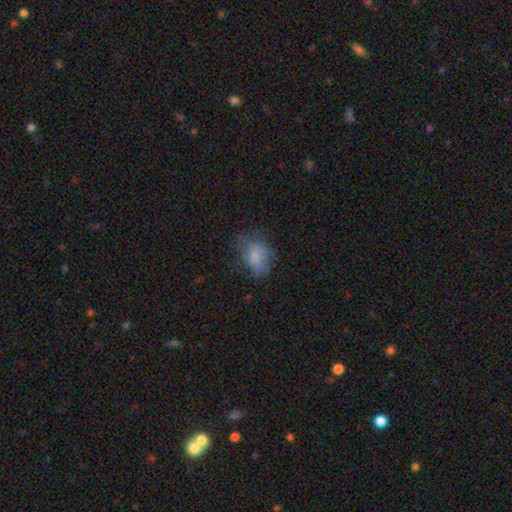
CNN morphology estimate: Smooth or featured?
  - smooth: 76% *
  - featured or disk: 14%
  - star or artifact: 10%
How rounded?
  - in between: 75% *
  - round: 24%
  - cigar-shaped: 1%
Merging?
  - none: 52% *
  - minor disturbance: 29%
  - major disturbance: 18%
  - merger: 2%